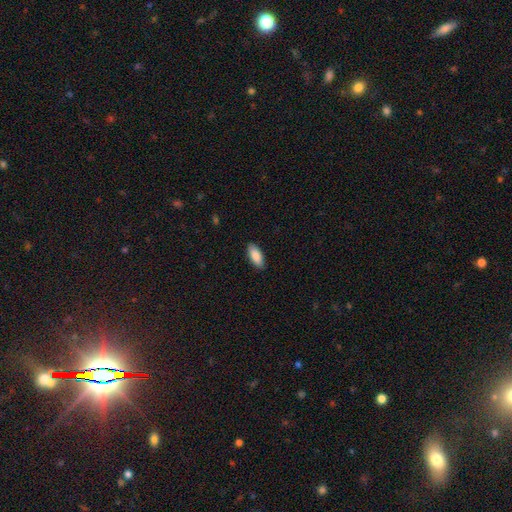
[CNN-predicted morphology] type=smooth (88%); roundness=in between (84%); merging=none (89%).